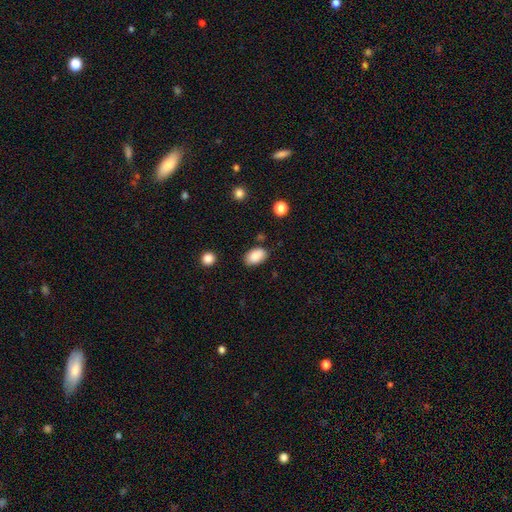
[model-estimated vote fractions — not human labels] Overall: smooth (87%). How rounded: in between (89%). Merging: none (79%).